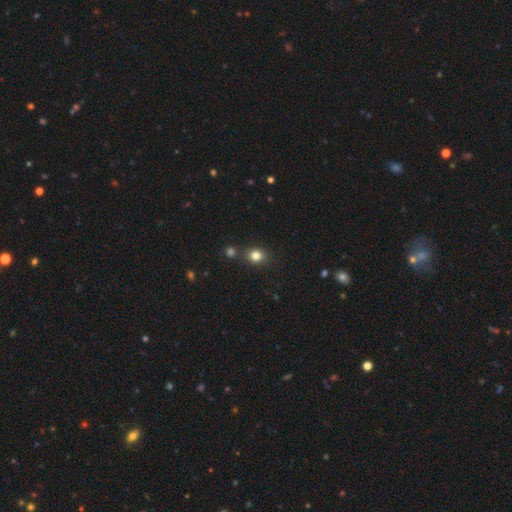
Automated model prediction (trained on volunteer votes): smooth 81%, star or artifact 13%, featured or disk 6%. Down the decision tree: how rounded — round (64%); merging — none (76%).